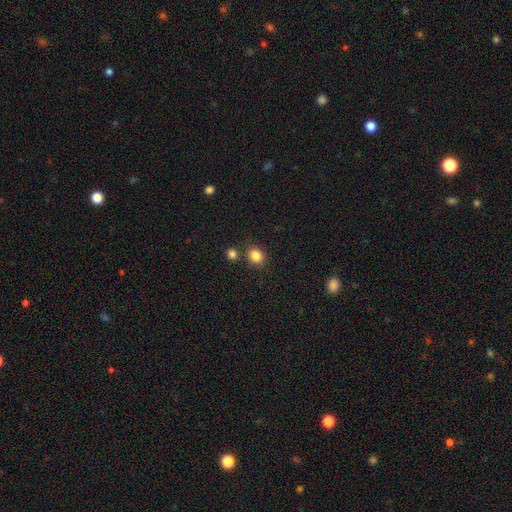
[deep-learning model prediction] Smooth or featured: smooth — 85% (star or artifact — 10%)
How rounded: round — 62% (in between — 37%)
Merging: none — 76% (merger — 11%)